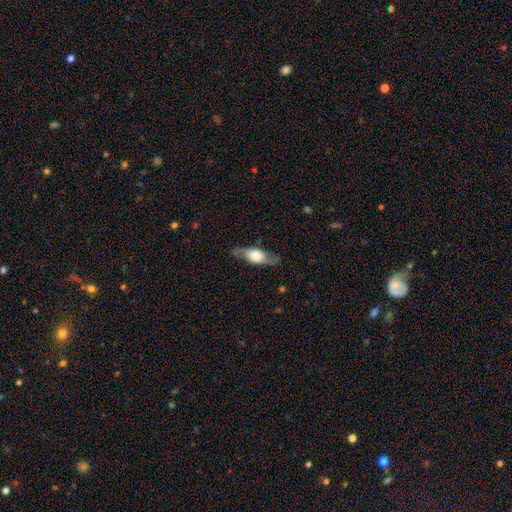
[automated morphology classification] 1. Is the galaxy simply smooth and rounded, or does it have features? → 61% featured or disk, 33% smooth, 6% star or artifact.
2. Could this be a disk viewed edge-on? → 52% no, 48% yes.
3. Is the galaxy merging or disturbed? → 82% none, 12% minor disturbance, 4% major disturbance, 1% merger.